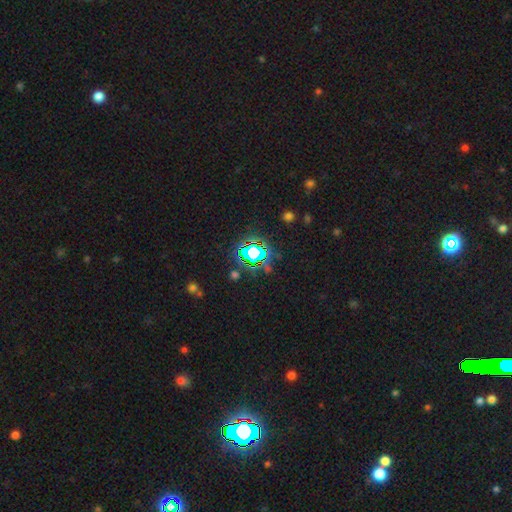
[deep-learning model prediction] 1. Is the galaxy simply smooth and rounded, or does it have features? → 68% star or artifact, 20% smooth, 12% featured or disk.